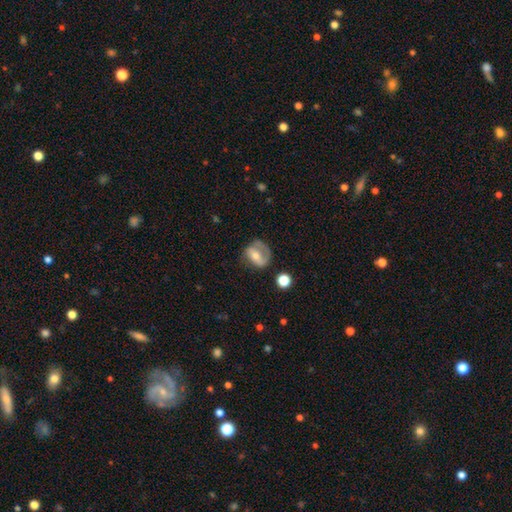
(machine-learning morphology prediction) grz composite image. It shows a featured or disk galaxy (55%) with a weak bar (36%), spiral arms (66%) and a moderate central bulge (55%). Merging: none (51%).